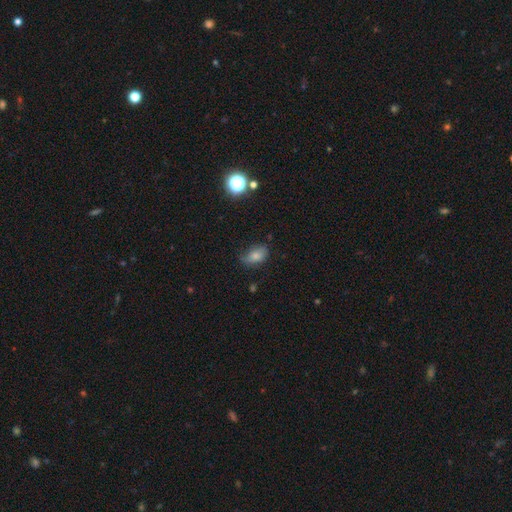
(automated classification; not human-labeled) The model was most divided on "merging": none: 58%, minor disturbance: 31%, major disturbance: 9%, merger: 2%. More confident: how rounded — in between (86%); smooth or featured — smooth (74%).